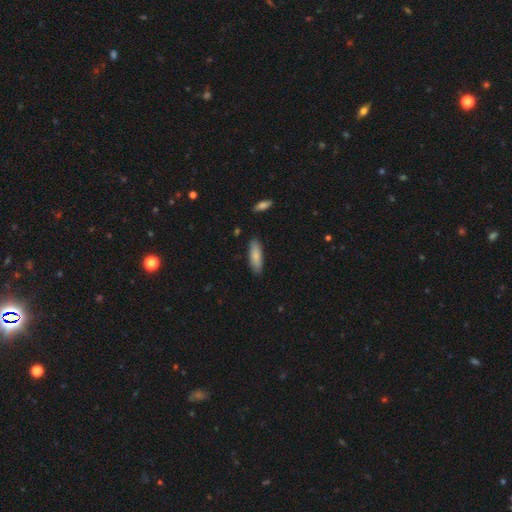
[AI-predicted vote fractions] smooth_or_featured: smooth (p=0.81) [alt: featured or disk p=0.13]
how_rounded: cigar-shaped (p=0.49) [tied with: in between p=0.49]
merging: none (p=0.84) [alt: minor disturbance p=0.12]